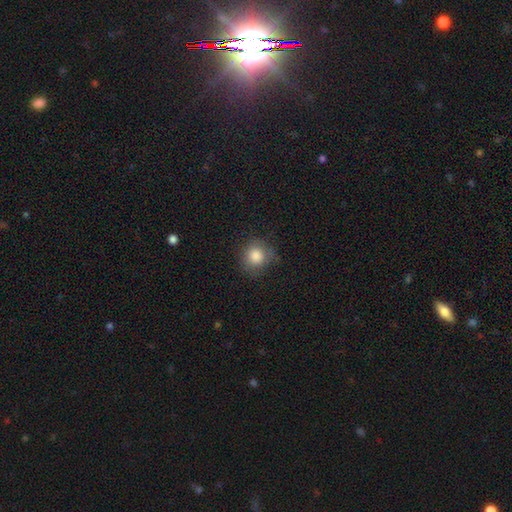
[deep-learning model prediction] Smooth or featured? Predicted: smooth (p=0.83). How rounded? Predicted: round (p=0.85). Merging? Predicted: none (p=0.70).